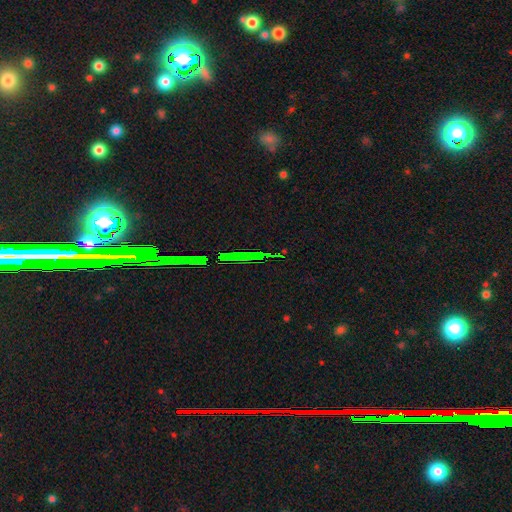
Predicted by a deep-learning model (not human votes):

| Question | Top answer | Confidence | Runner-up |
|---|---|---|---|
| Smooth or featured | star or artifact | 74% | smooth (13%) |